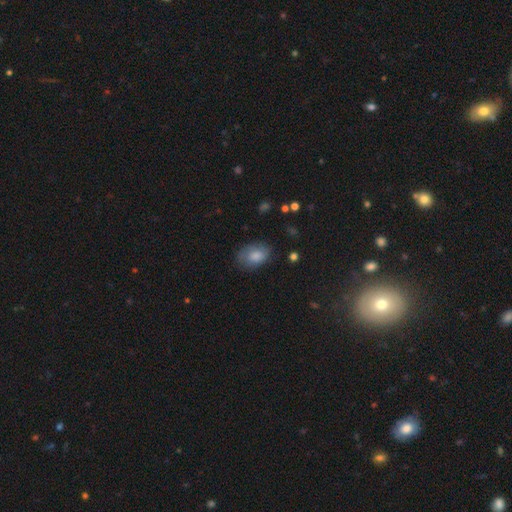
smooth 90%, star or artifact 8%, featured or disk 2%. Down the decision tree: how rounded — in between (69%); merging — none (57%).